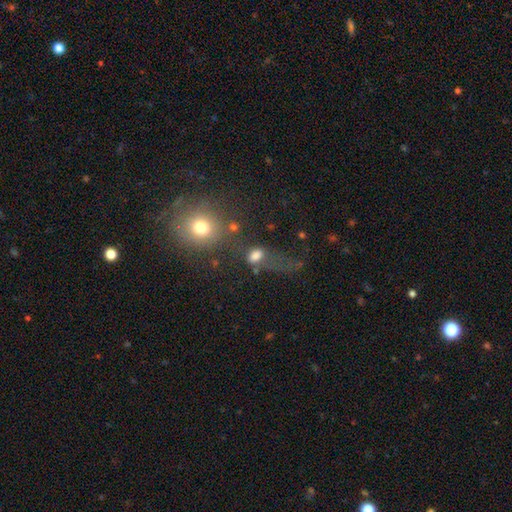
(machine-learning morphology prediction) This appears to be a smooth galaxy with no disk features (71%) that is in between round and cigar-shaped (71%). Merging: none (34%).